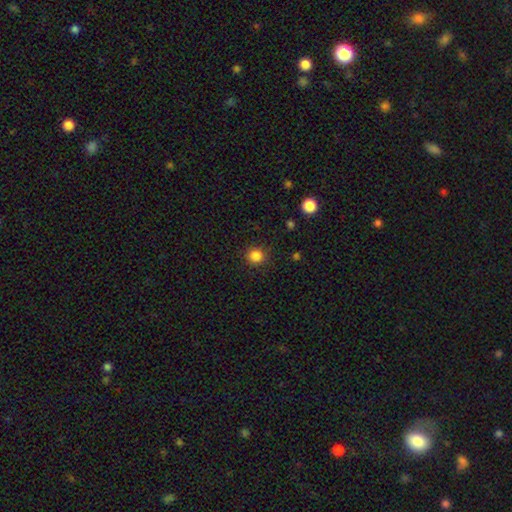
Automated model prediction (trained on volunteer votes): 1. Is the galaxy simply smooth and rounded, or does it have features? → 85% smooth, 12% star or artifact, 3% featured or disk.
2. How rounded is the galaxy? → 93% round, 6% in between, 1% cigar-shaped.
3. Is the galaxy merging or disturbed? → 90% none, 7% minor disturbance, 2% major disturbance, 1% merger.